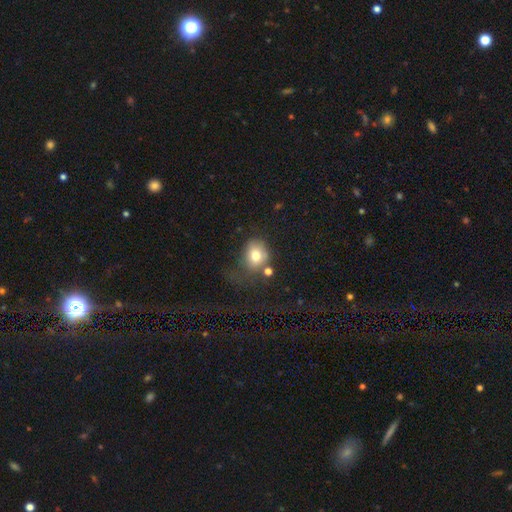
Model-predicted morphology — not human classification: This appears to be a smooth galaxy with no disk features (75%) that is round (59%). Merging: none (40%).